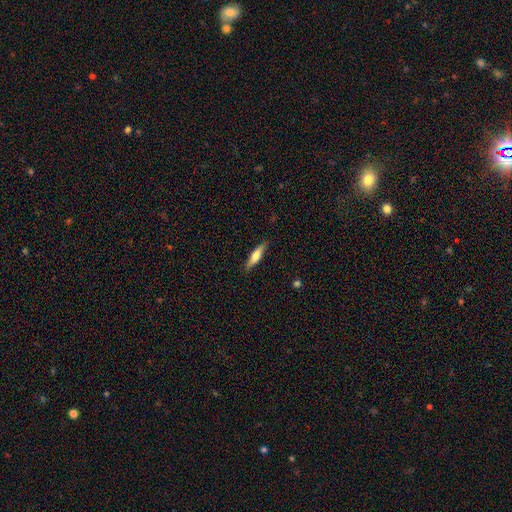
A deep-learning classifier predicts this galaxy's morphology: Smooth or featured: smooth — 64% (featured or disk — 31%)
How rounded: cigar-shaped — 75% (in between — 23%)
Merging: none — 84% (minor disturbance — 13%)